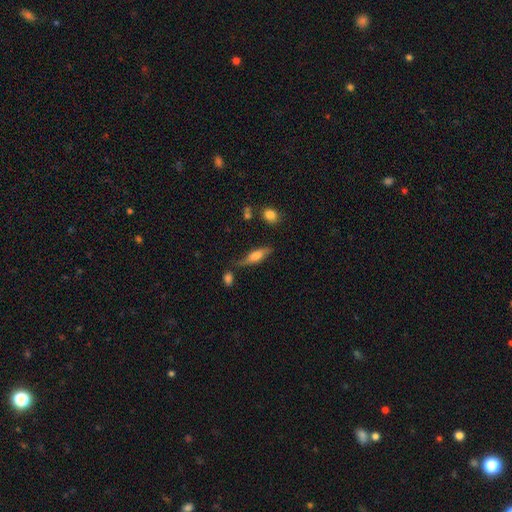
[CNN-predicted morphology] This is possibly a smooth galaxy (55%). How rounded: possibly cigar-shaped (52%). Merging: likely none (63%).